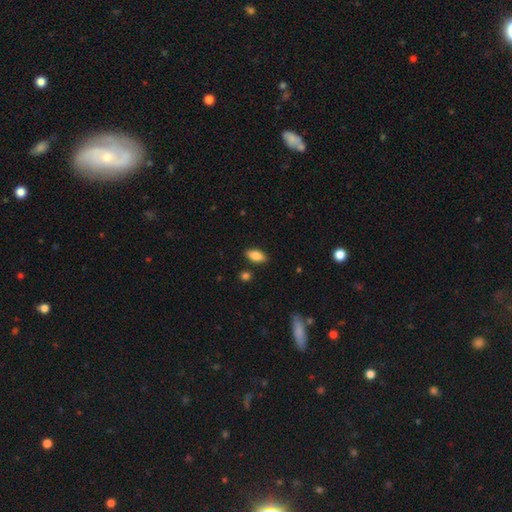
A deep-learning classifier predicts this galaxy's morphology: Overall: smooth (83%). How rounded: in between (86%). Merging: none (85%).